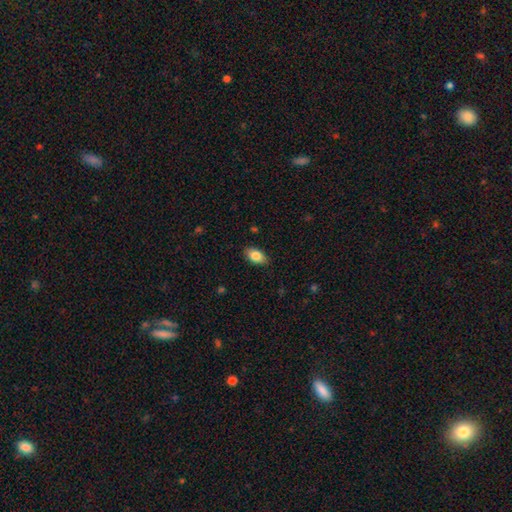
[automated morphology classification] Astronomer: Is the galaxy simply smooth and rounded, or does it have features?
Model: smooth — 85%.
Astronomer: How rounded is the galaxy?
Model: in between — 91%.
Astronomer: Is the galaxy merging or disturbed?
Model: none — 86%.